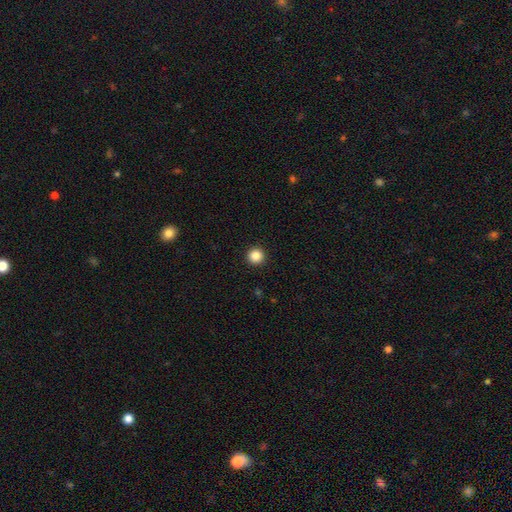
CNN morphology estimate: Q: Smooth or featured?
A: smooth (86%); runner-up: star or artifact (11%)
Q: How rounded?
A: round (96%); runner-up: in between (3%)
Q: Merging?
A: none (94%); runner-up: minor disturbance (4%)